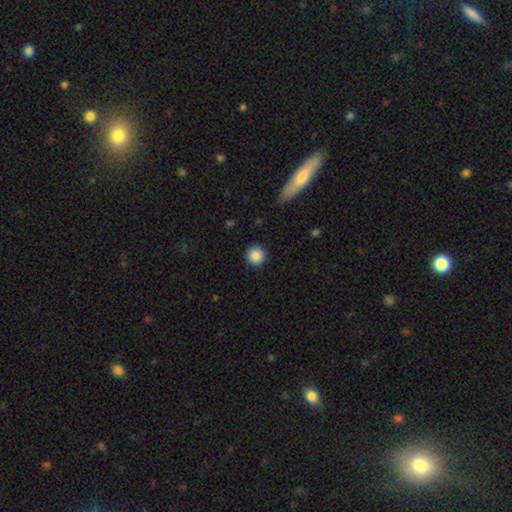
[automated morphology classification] A smooth galaxy with no disk features (88%) that is round (94%). Merging: none (91%).